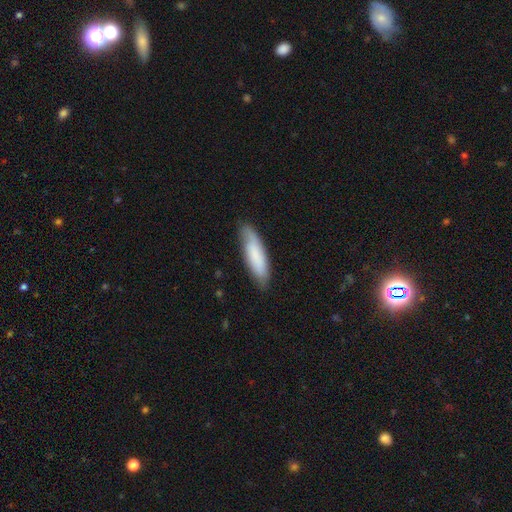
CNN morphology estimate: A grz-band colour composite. It shows a smooth galaxy with no disk features (75%) that is cigar-shaped (61%). Merging: none (78%).